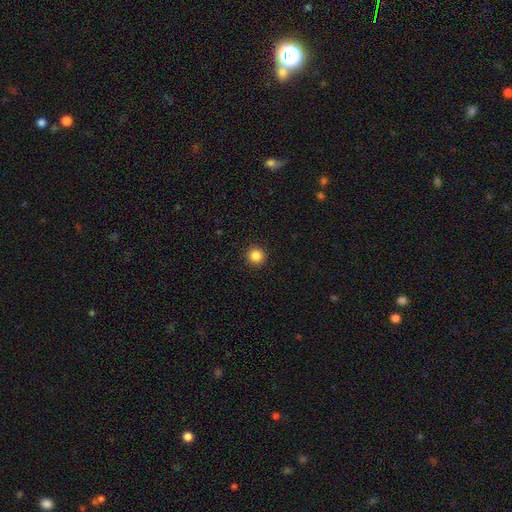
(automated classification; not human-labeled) smooth_or_featured: smooth (p=0.86) [alt: star or artifact p=0.11]
how_rounded: round (p=0.96) [alt: in between p=0.03]
merging: none (p=0.93) [alt: minor disturbance p=0.05]